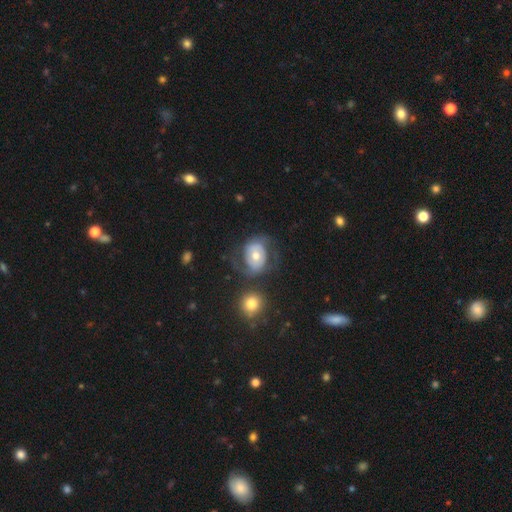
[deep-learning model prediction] Smooth or featured? featured or disk (60%)
Edge-on disk? no (97%)
Bar? no (70%)
Spiral arms? yes (68%)
Bulge size? moderate (67%)
Merging? none (50%)